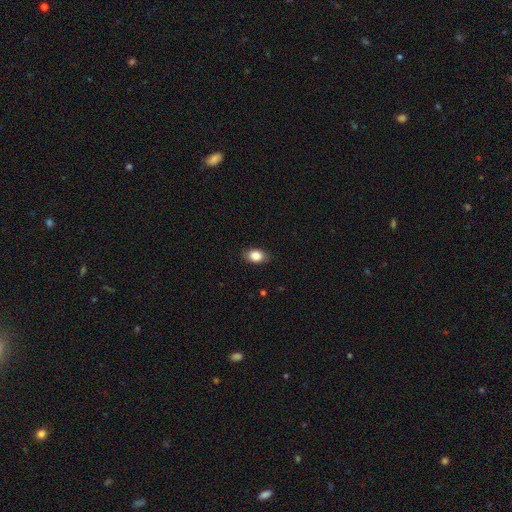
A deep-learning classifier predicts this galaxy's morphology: Overall: smooth (85%). How rounded: in between (84%). Merging: none (85%).